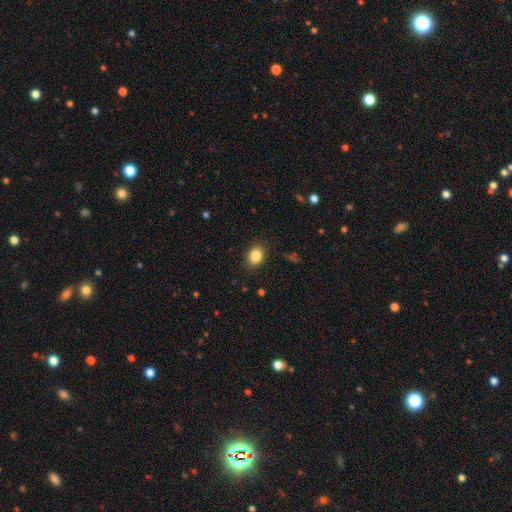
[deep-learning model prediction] Morphology: type=smooth (84%); roundness=in between (53%); merging=none (87%).